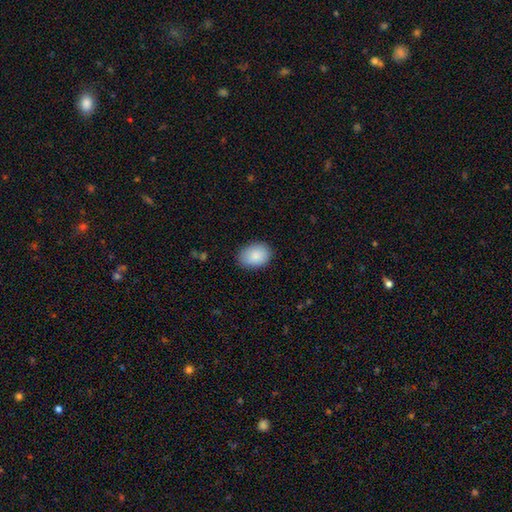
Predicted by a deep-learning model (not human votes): Smooth or featured? smooth (88%)
How rounded? in between (80%)
Merging? none (87%)